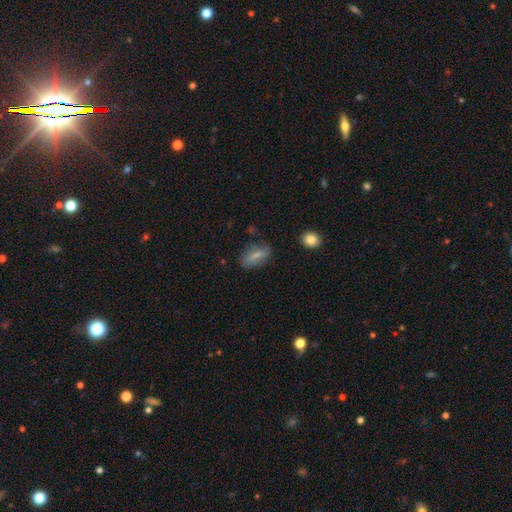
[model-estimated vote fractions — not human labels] A smooth galaxy with no disk features (68%) that is in between round and cigar-shaped (78%). Merging: none (73%).